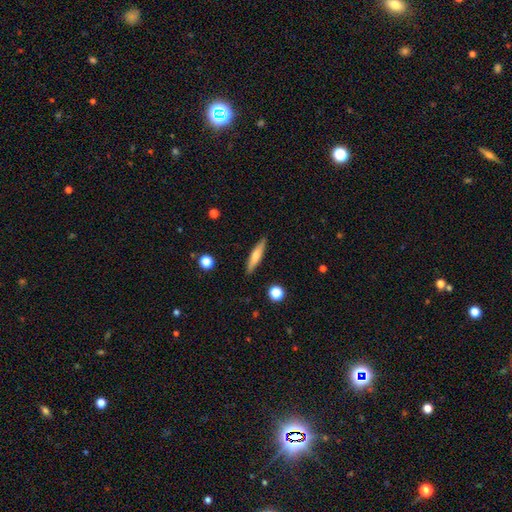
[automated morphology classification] smooth 60%, featured or disk 33%, star or artifact 6%. Down the decision tree: how rounded — cigar-shaped (85%); merging — none (89%).